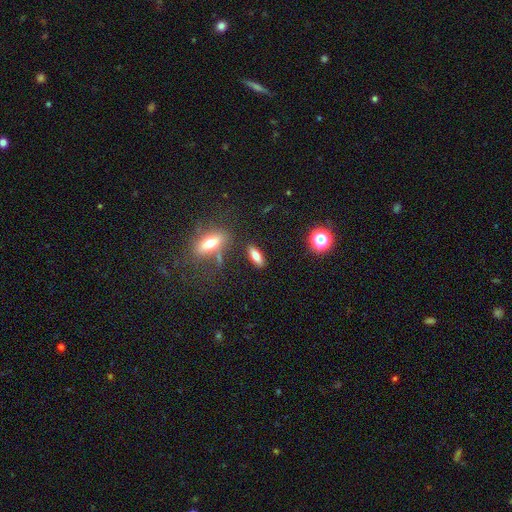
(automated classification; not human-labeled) Overall: smooth (71%). How rounded: in between (56%; cigar-shaped 40%). Merging: none (83%).